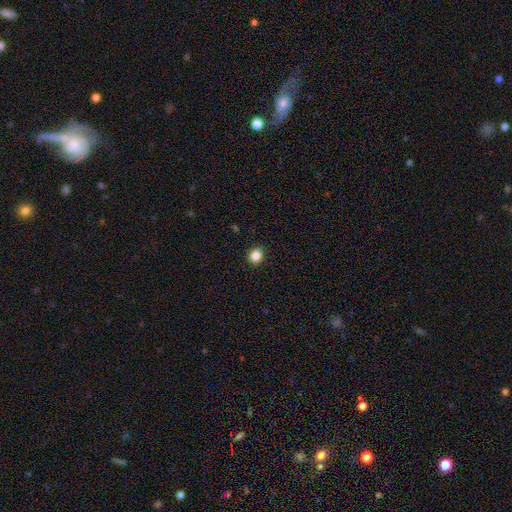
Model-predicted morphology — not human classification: Smooth or featured? smooth (85%)
How rounded? round (75%)
Merging? none (90%)